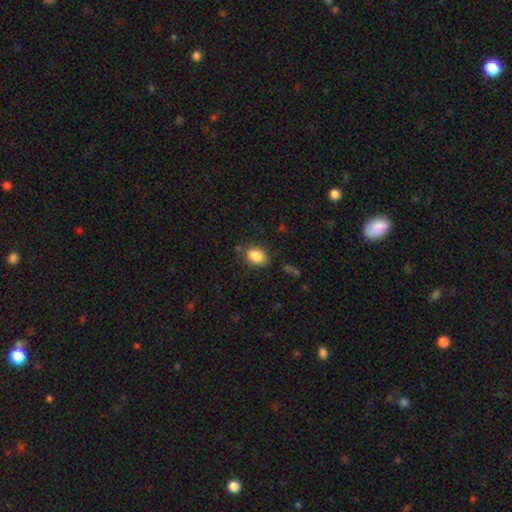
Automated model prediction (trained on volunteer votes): This is clearly a smooth galaxy (87%). How rounded: clearly in between (81%). Merging: likely none (77%).